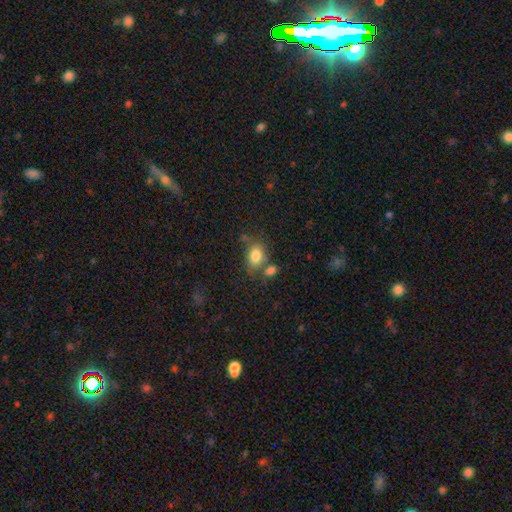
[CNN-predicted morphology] The model was most divided on "merging": none: 47%, merger: 25%, minor disturbance: 19%, major disturbance: 9%. More confident: smooth or featured — smooth (80%); how rounded — in between (76%).